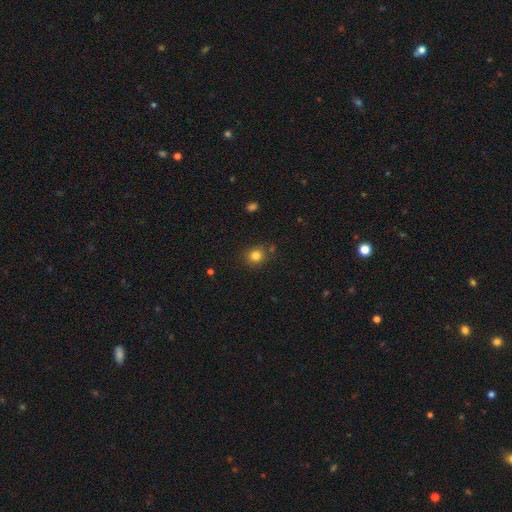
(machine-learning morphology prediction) The model was most divided on "how rounded": round: 82%, in between: 17%, cigar-shaped: 1%. More confident: merging — none (82%); smooth or featured — smooth (81%).